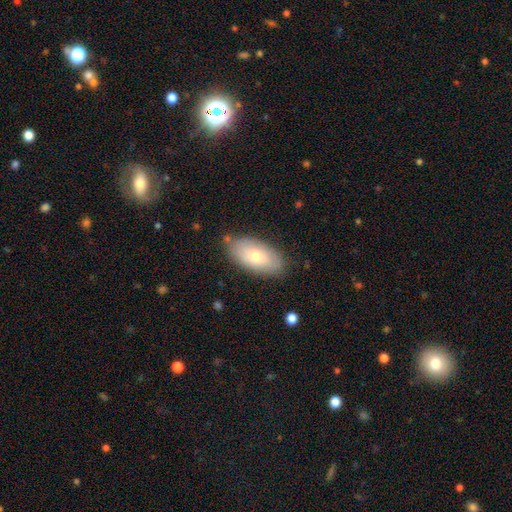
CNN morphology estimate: Smooth or featured? Predicted: smooth (p=0.68). How rounded? Predicted: in between (p=0.93). Merging? Predicted: none (p=0.81).